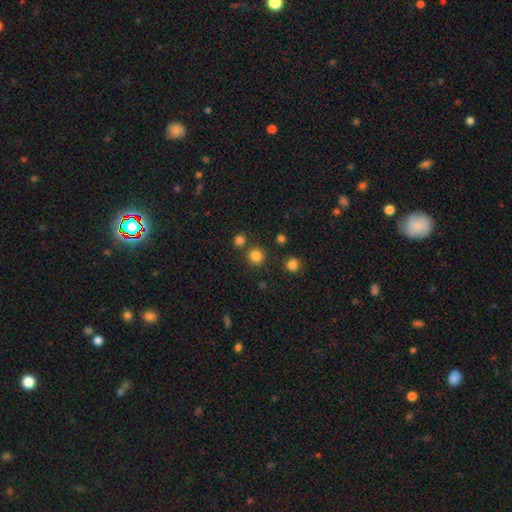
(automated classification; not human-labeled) Smooth or featured: smooth — 81% (star or artifact — 15%)
How rounded: round — 93% (in between — 6%)
Merging: none — 82% (merger — 9%)